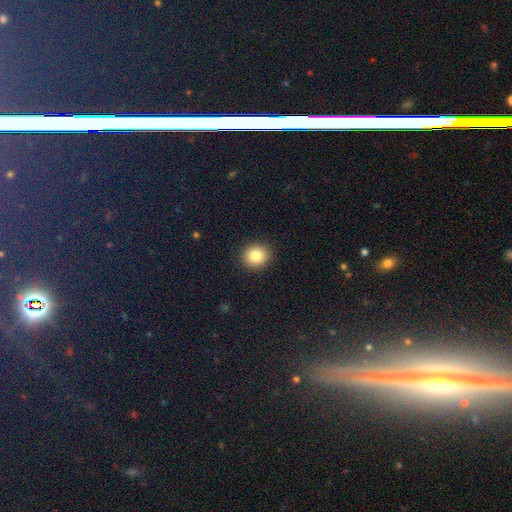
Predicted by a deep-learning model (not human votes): The model was most divided on "how rounded": round: 81%, in between: 18%, cigar-shaped: 1%. More confident: merging — none (92%); smooth or featured — smooth (83%).